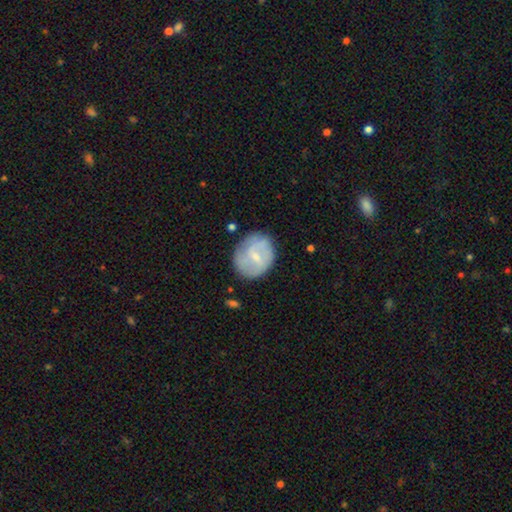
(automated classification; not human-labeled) A featured or disk galaxy (50%).

Vote fractions:
- Smooth or featured? featured or disk: 50% / smooth: 43% / star or artifact: 6%
- Edge-on disk? no: 97% / yes: 3%
- Merging? none: 71% / minor disturbance: 20% / major disturbance: 7% / merger: 2%